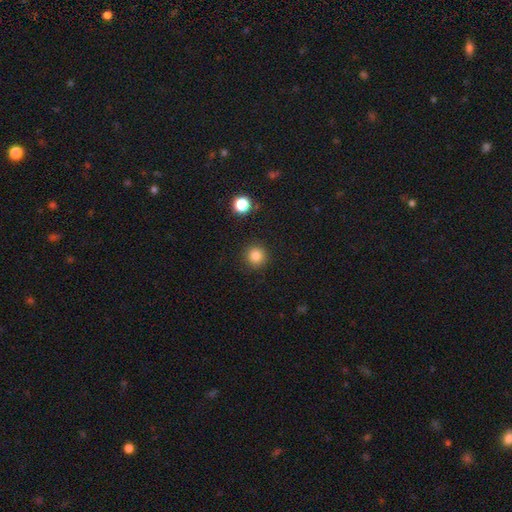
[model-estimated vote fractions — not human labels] This appears to be a smooth galaxy with no disk features (84%) that is round (95%). Merging: none (91%).